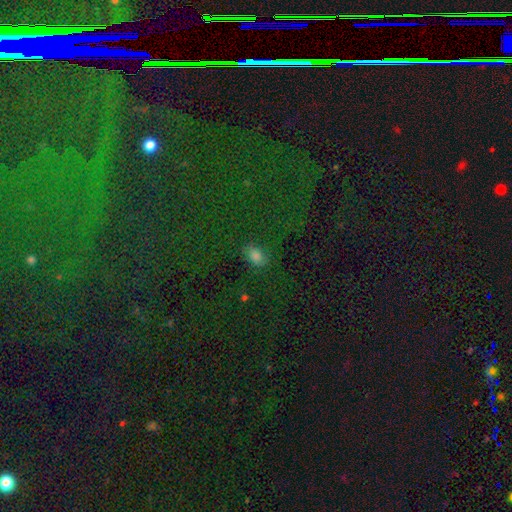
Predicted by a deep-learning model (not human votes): Overall: smooth (75%). How rounded: in between (85%). Merging: none (79%).